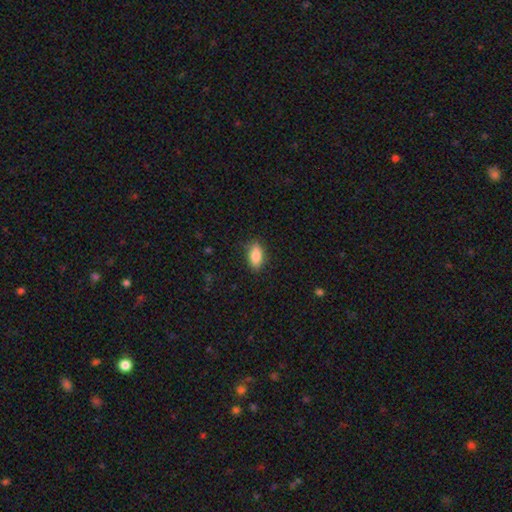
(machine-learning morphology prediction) Q: Smooth or featured?
A: smooth (86%); runner-up: star or artifact (7%)
Q: How rounded?
A: in between (88%); runner-up: cigar-shaped (8%)
Q: Merging?
A: none (86%); runner-up: minor disturbance (11%)